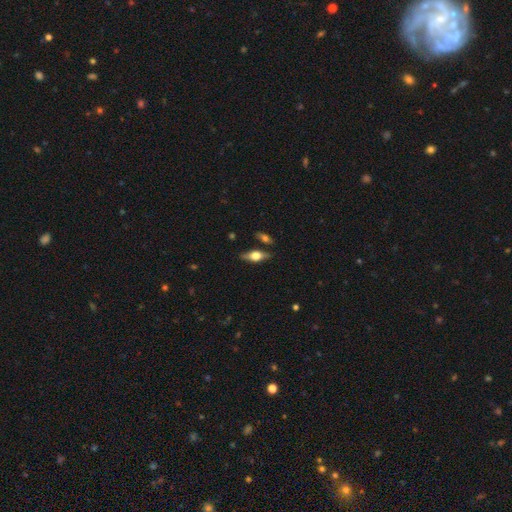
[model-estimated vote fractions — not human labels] A featured or disk galaxy (52%) viewed edge-on (90%). Merging: none (78%).